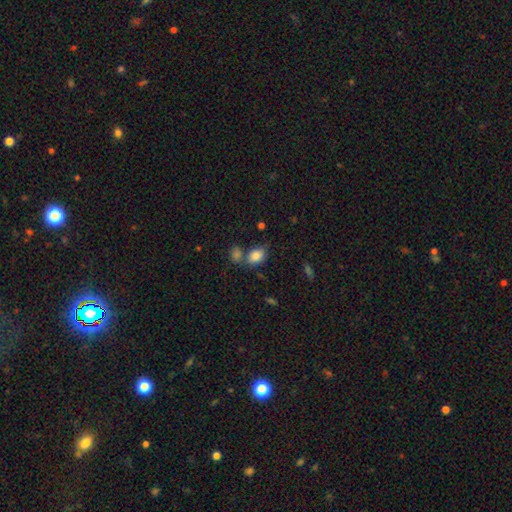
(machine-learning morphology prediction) Smooth or featured: smooth — 85% (star or artifact — 9%)
How rounded: in between — 81% (round — 17%)
Merging: none — 49% (merger — 30%)